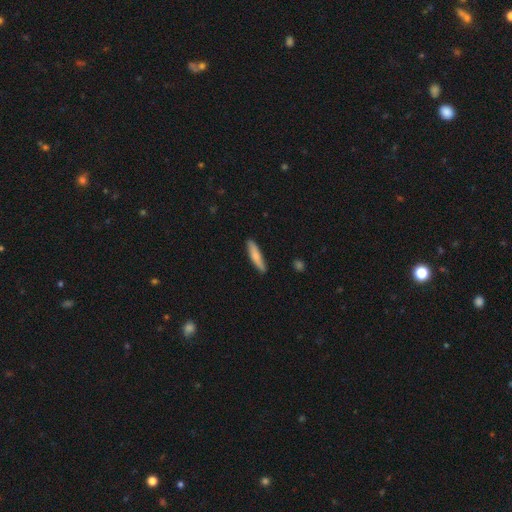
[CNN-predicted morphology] Smooth or featured? smooth (75%)
How rounded? cigar-shaped (86%)
Merging? none (88%)